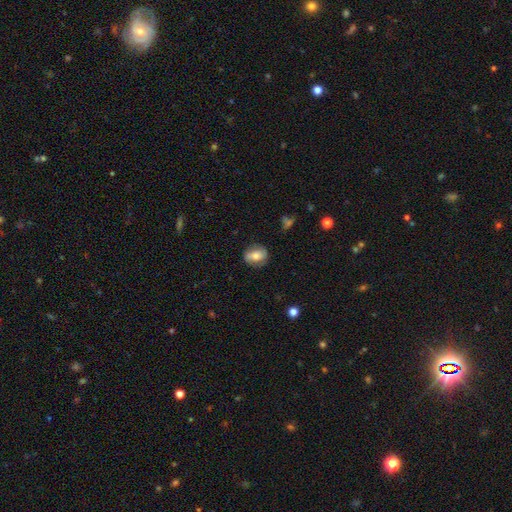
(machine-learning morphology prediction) This is possibly a smooth galaxy (60%). How rounded: possibly in between (56%). Merging: likely none (76%).